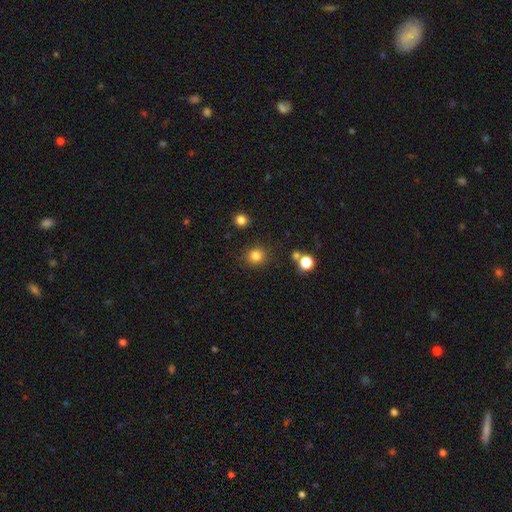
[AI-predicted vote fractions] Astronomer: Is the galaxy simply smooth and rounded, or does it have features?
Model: smooth — 82%.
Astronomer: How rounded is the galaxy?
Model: round — 88%.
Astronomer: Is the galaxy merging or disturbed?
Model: none — 87%.